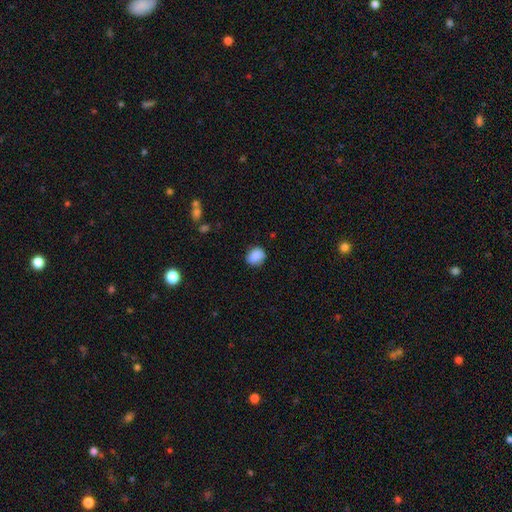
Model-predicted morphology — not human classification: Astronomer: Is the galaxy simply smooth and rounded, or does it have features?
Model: smooth — 88%.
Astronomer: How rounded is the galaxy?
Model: round — 63%.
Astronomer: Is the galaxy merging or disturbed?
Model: none — 79%.